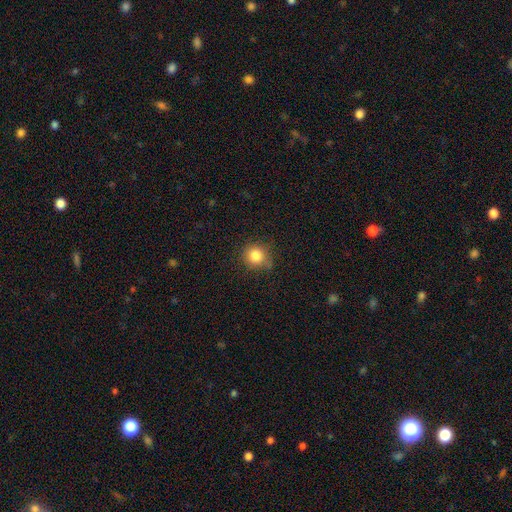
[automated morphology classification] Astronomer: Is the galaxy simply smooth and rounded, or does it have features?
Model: smooth — 83%.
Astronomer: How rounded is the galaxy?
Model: round — 89%.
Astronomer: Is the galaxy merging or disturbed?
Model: none — 75%.